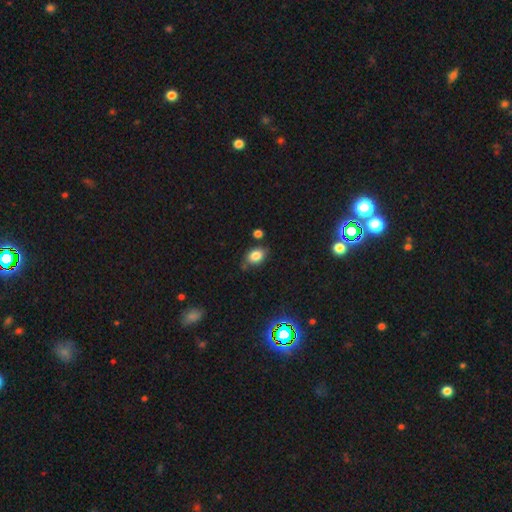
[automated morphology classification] smooth 81%, star or artifact 11%, featured or disk 8%. Down the decision tree: how rounded — in between (79%); merging — none (75%).